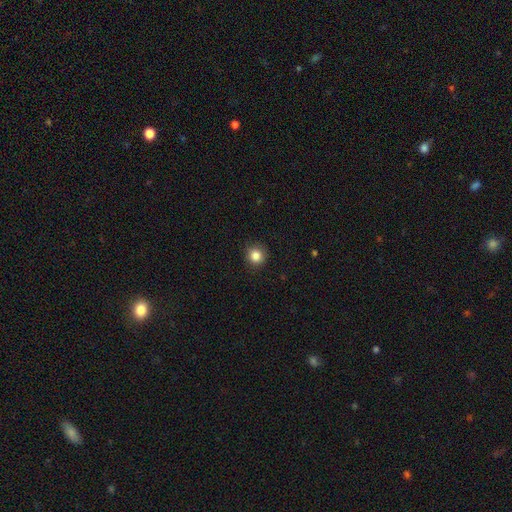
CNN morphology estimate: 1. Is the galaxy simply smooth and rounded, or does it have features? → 85% smooth, 11% star or artifact, 4% featured or disk.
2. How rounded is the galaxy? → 92% round, 7% in between, 1% cigar-shaped.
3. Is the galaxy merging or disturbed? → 87% none, 10% minor disturbance, 2% major disturbance, 1% merger.